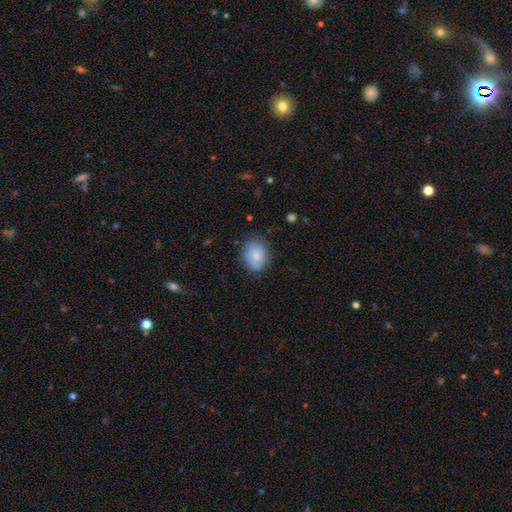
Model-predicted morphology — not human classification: This appears to be a smooth galaxy with no disk features (79%) that is in between round and cigar-shaped (58%). Merging: none (70%).